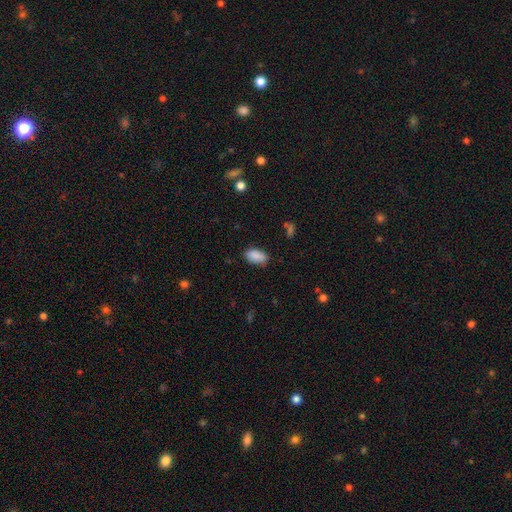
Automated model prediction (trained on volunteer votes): Q: Smooth or featured?
A: smooth (89%); runner-up: star or artifact (7%)
Q: How rounded?
A: in between (93%); runner-up: cigar-shaped (3%)
Q: Merging?
A: none (82%); runner-up: minor disturbance (13%)